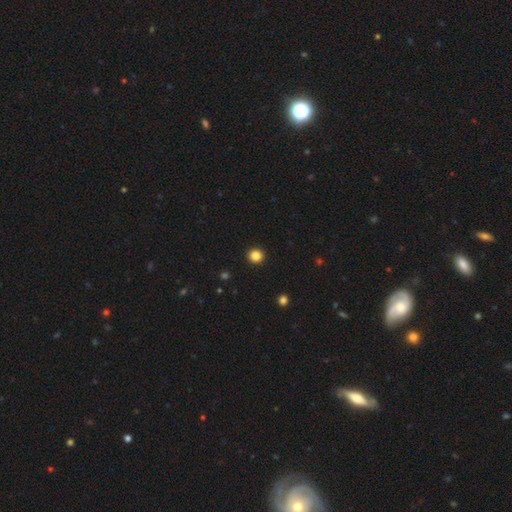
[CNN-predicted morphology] This is clearly a smooth galaxy (85%). How rounded: clearly round (94%). Merging: clearly none (93%).